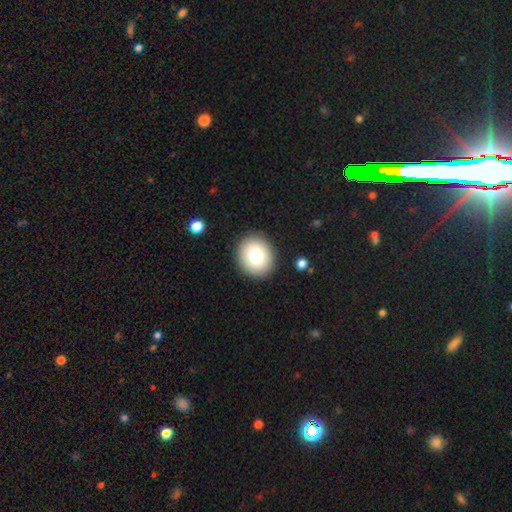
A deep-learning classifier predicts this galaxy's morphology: Q: Smooth or featured?
A: smooth (79%); runner-up: featured or disk (12%)
Q: How rounded?
A: round (69%); runner-up: in between (31%)
Q: Merging?
A: none (89%); runner-up: minor disturbance (7%)